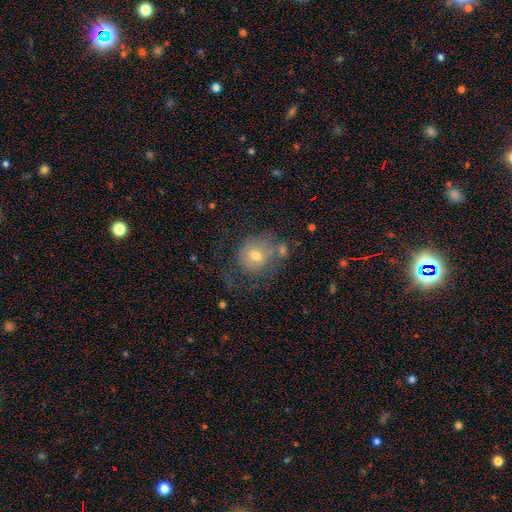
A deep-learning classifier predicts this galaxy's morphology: Q: Smooth or featured?
A: smooth (55%); runner-up: featured or disk (34%)
Q: How rounded?
A: round (80%); runner-up: in between (19%)
Q: Merging?
A: none (43%); runner-up: major disturbance (25%)